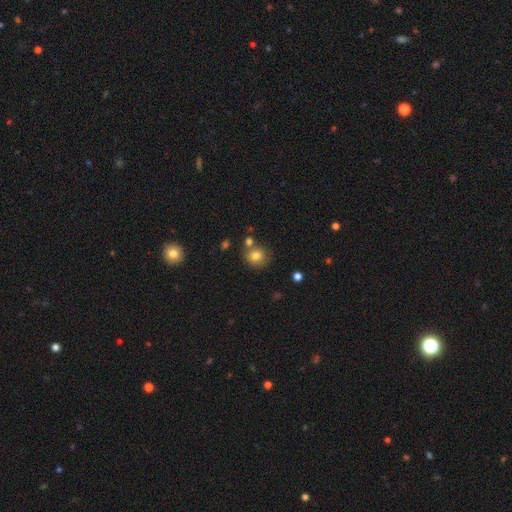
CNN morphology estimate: Smooth or featured? Predicted: smooth (p=0.79). How rounded? Predicted: round (p=0.83). Merging? Predicted: none (p=0.67).